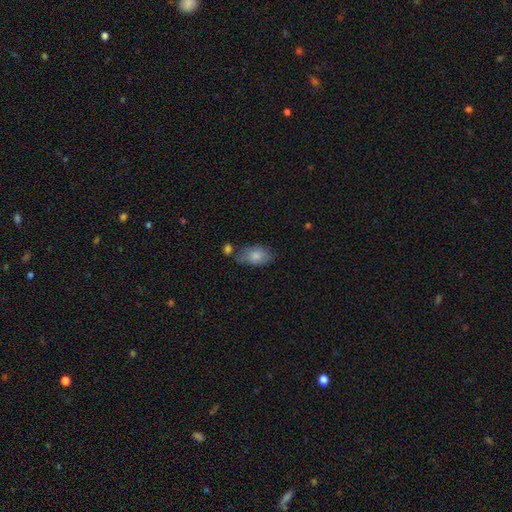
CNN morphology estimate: Overall: smooth (80%). How rounded: in between (89%). Merging: none (54%; minor disturbance 27%).